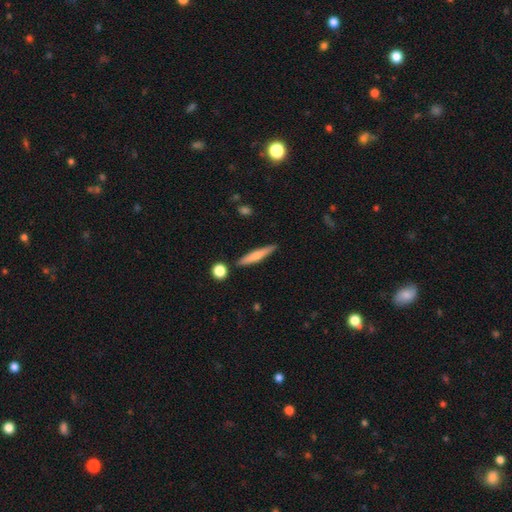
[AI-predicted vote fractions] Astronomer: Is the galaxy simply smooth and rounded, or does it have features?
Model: smooth — 62%.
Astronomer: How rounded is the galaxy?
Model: cigar-shaped — 90%.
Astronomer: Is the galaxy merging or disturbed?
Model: none — 86%.